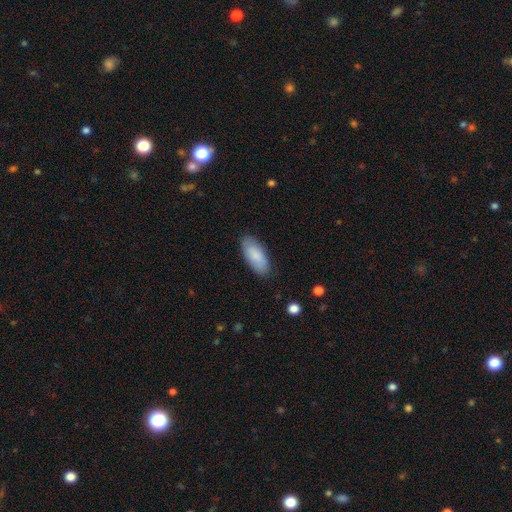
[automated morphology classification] Q: Smooth or featured?
A: smooth (85%); runner-up: featured or disk (10%)
Q: How rounded?
A: in between (86%); runner-up: cigar-shaped (12%)
Q: Merging?
A: none (85%); runner-up: minor disturbance (12%)